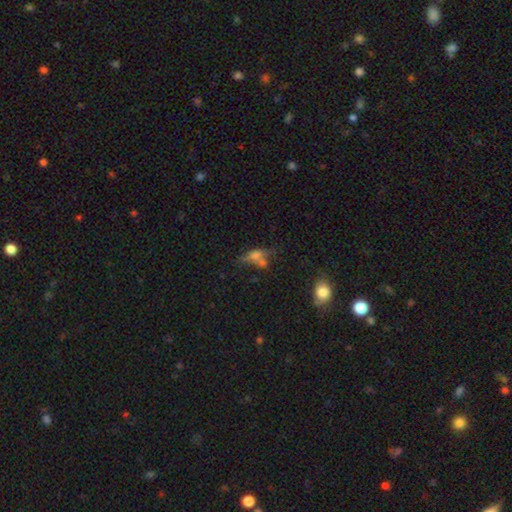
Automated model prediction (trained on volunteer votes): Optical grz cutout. It shows a smooth galaxy with no disk features (44%). Merging: none (41%).